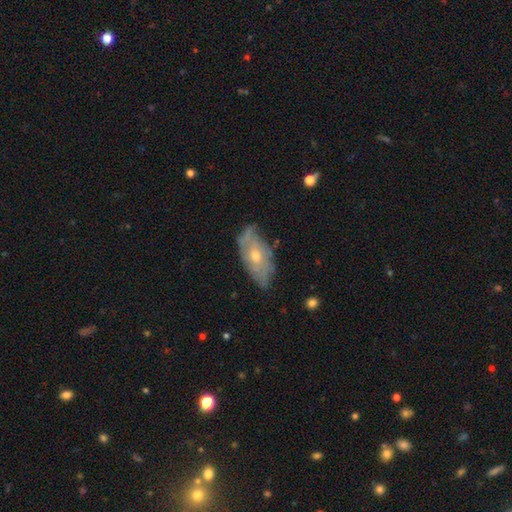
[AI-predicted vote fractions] This appears to be a featured or disk galaxy (64%) with no bar (82%), spiral arms (64%) and a moderate central bulge (54%). Merging: none (64%).